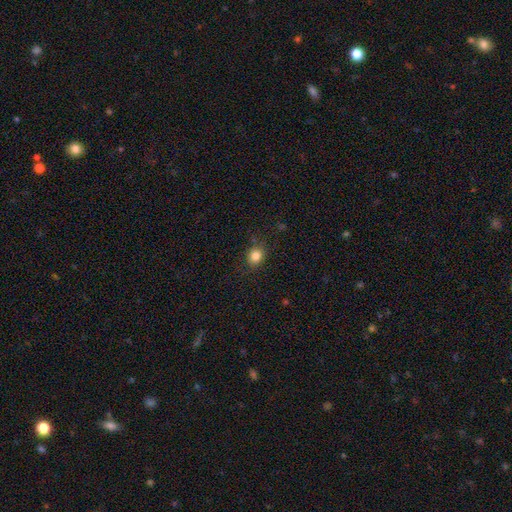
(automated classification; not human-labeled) This appears to be a smooth galaxy with no disk features (83%) that is round (66%). Merging: none (84%).